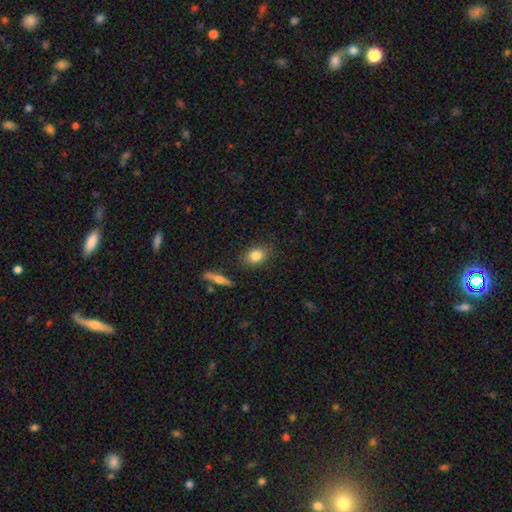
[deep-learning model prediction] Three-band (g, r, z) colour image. It shows a smooth galaxy with no disk features (82%) that is in between round and cigar-shaped (55%). Merging: none (84%).